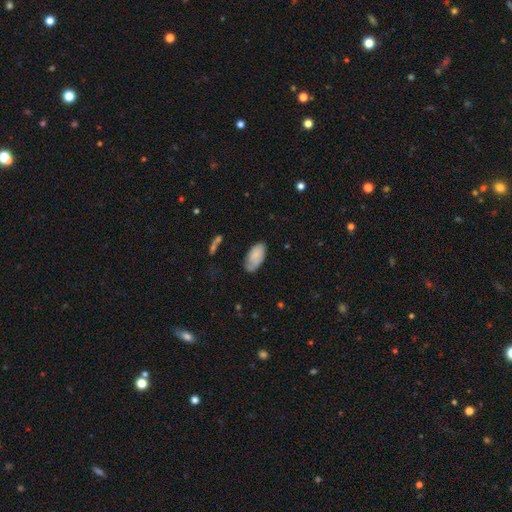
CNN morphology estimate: Smooth or featured? Predicted: smooth (p=0.77). How rounded? Predicted: in between (p=0.94). Merging? Predicted: none (p=0.65).